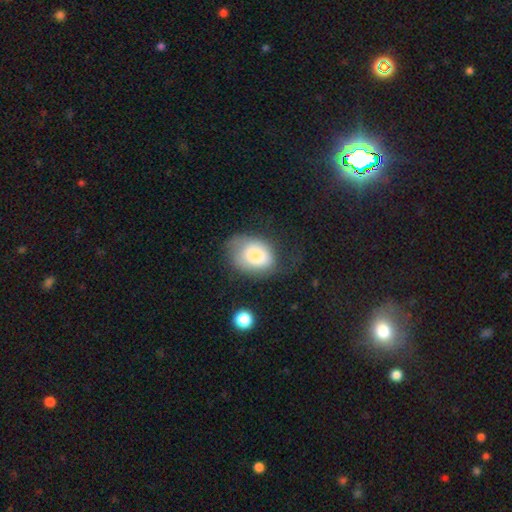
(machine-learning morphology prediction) Smooth or featured? Predicted: smooth (p=0.77). How rounded? Predicted: in between (p=0.68). Merging? Predicted: none (p=0.39).